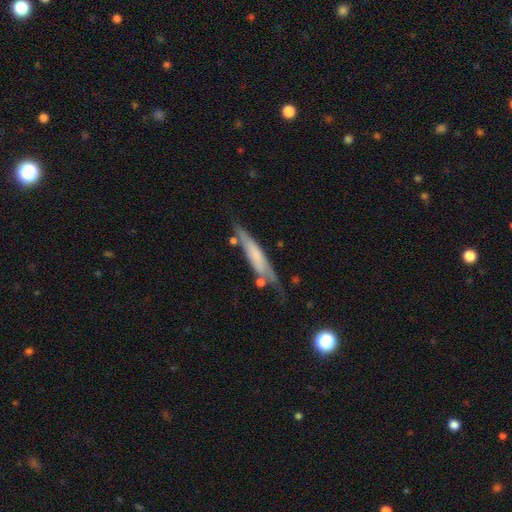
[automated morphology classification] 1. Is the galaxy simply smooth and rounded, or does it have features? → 50% smooth, 43% featured or disk, 7% star or artifact.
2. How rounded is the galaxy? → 86% cigar-shaped, 12% in between, 2% round.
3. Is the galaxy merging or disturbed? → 54% none, 26% minor disturbance, 10% major disturbance, 9% merger.